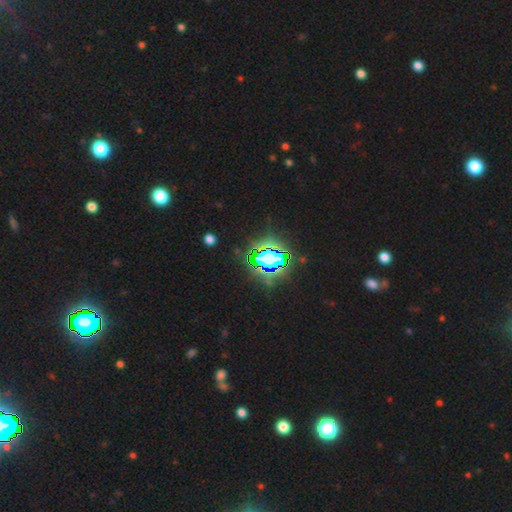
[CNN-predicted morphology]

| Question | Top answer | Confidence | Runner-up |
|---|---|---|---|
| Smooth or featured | star or artifact | 80% | smooth (13%) |